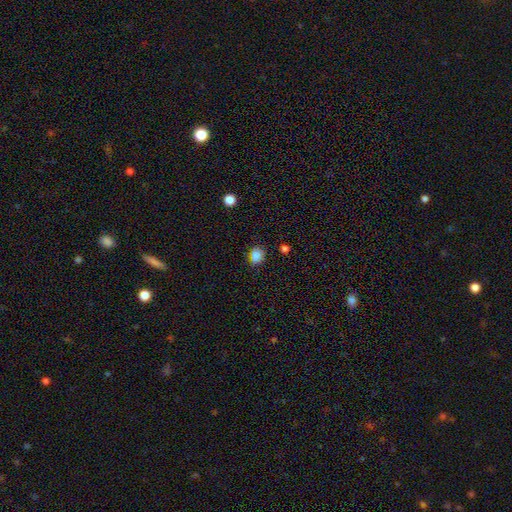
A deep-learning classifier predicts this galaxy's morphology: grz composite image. It shows a smooth galaxy with no disk features (84%) that is round (72%). Merging: none (72%).